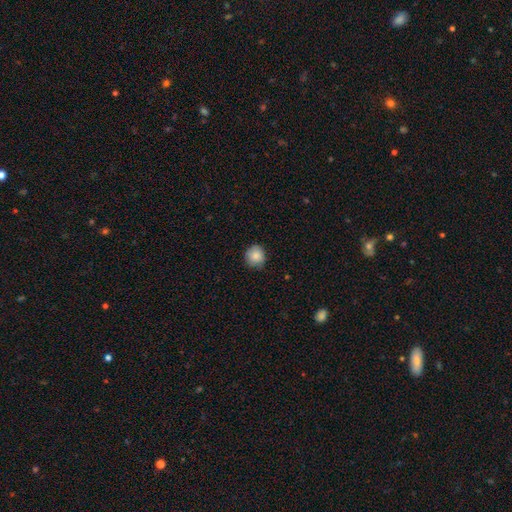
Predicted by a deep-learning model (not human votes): Smooth or featured: smooth — 86% (star or artifact — 8%)
How rounded: round — 91% (in between — 9%)
Merging: none — 84% (minor disturbance — 13%)